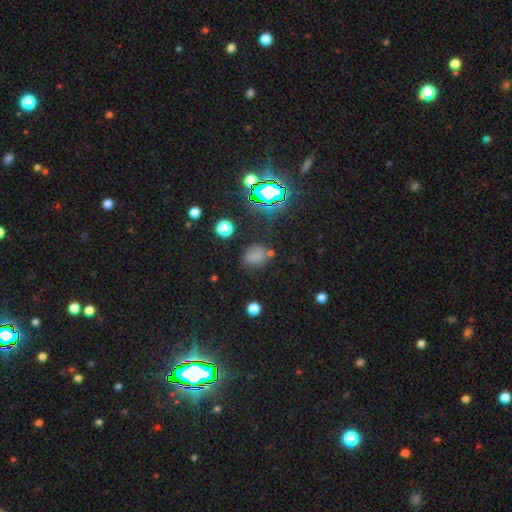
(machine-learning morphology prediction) The model was most divided on "how rounded": in between: 52%, round: 46%, cigar-shaped: 2%. More confident: merging — none (67%); smooth or featured — smooth (63%).